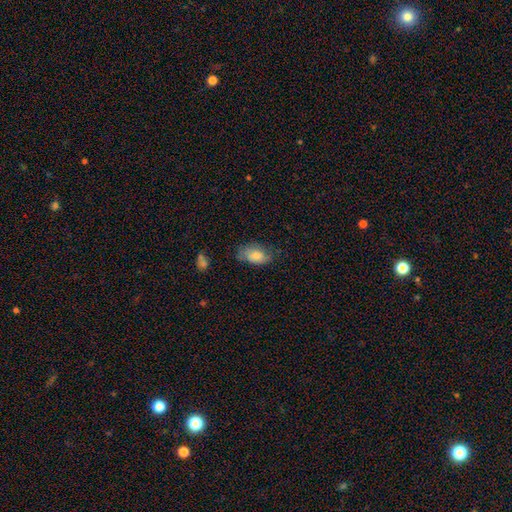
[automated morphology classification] Smooth or featured? smooth (76%)
How rounded? in between (92%)
Merging? none (59%)